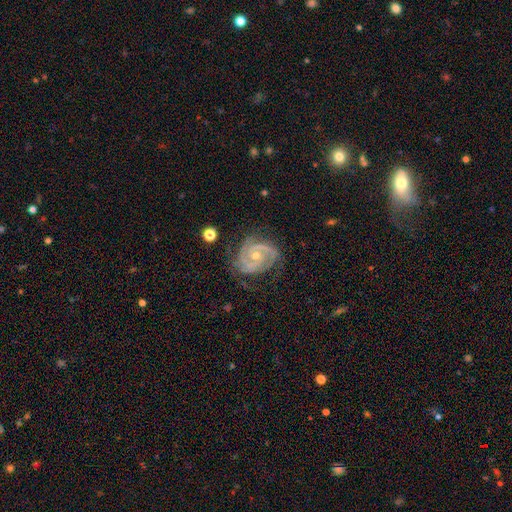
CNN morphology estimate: Q: Smooth or featured?
A: featured or disk (90%); runner-up: star or artifact (5%)
Q: Edge-on disk?
A: no (98%); runner-up: yes (2%)
Q: Bar?
A: no (64%); runner-up: weak (27%)
Q: Spiral arms?
A: yes (98%); runner-up: no (2%)
Q: Spiral winding?
A: tight (63%); runner-up: medium (32%)
Q: Spiral arm count?
A: 2 (55%); runner-up: 3 (26%)
Q: Bulge size?
A: small (54%); runner-up: moderate (43%)
Q: Merging?
A: none (71%); runner-up: minor disturbance (20%)